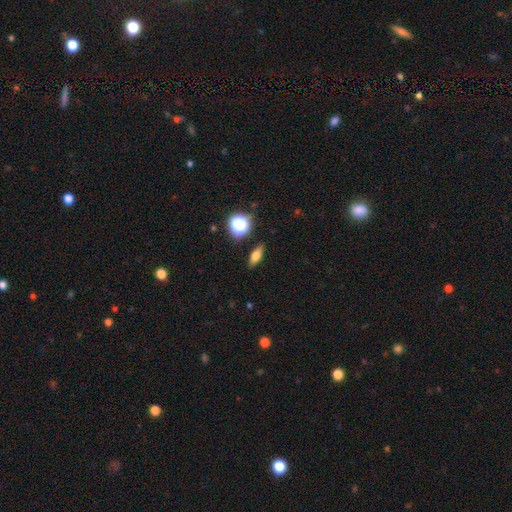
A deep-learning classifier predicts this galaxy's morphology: Q: Smooth or featured?
A: smooth (62%); runner-up: featured or disk (25%)
Q: How rounded?
A: in between (57%); runner-up: cigar-shaped (30%)
Q: Merging?
A: none (87%); runner-up: minor disturbance (9%)